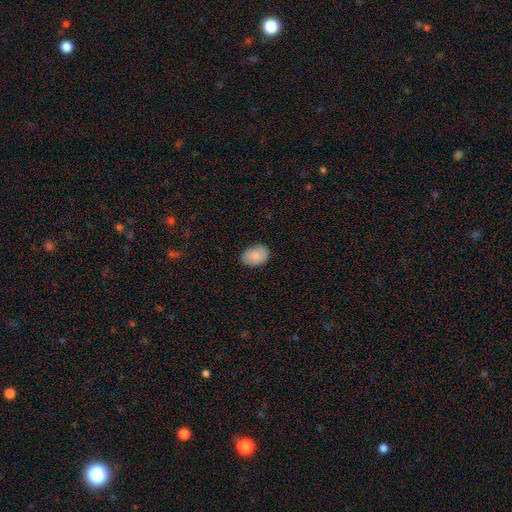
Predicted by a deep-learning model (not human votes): Smooth or featured?
  - smooth: 87% *
  - star or artifact: 7%
  - featured or disk: 6%
How rounded?
  - in between: 80% *
  - round: 19%
  - cigar-shaped: 1%
Merging?
  - none: 82% *
  - minor disturbance: 14%
  - major disturbance: 2%
  - merger: 1%